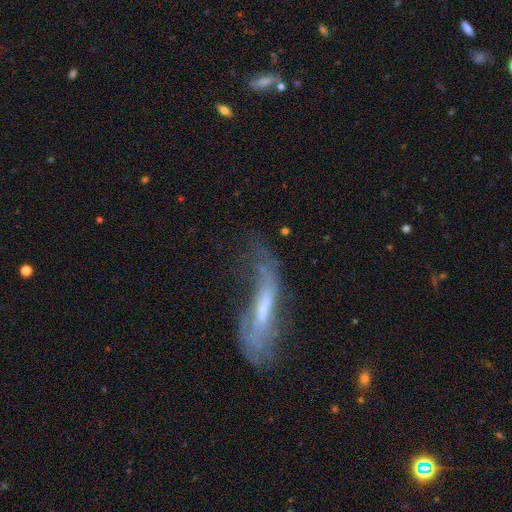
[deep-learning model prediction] A featured or disk galaxy (60%). Merging: none (41%).